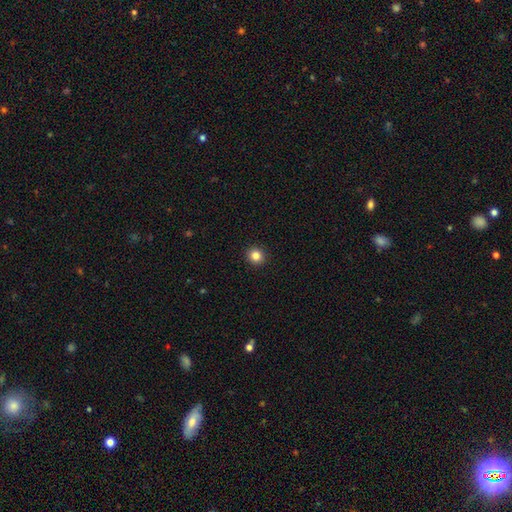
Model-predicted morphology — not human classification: Smooth or featured? smooth (85%)
How rounded? round (89%)
Merging? none (93%)